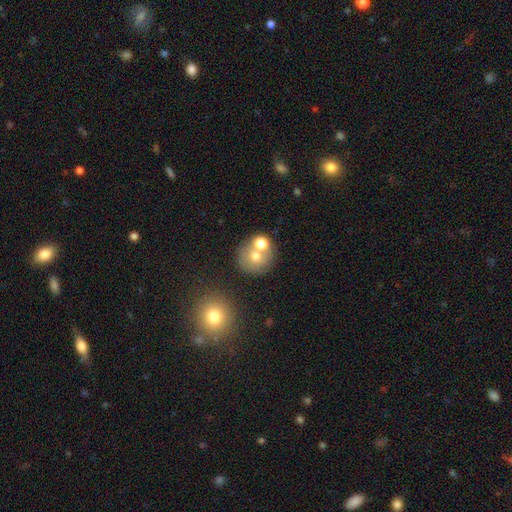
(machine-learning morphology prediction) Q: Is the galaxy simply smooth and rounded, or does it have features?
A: smooth — 68%.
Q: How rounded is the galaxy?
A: round — 86%.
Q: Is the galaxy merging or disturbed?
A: none — 53%.